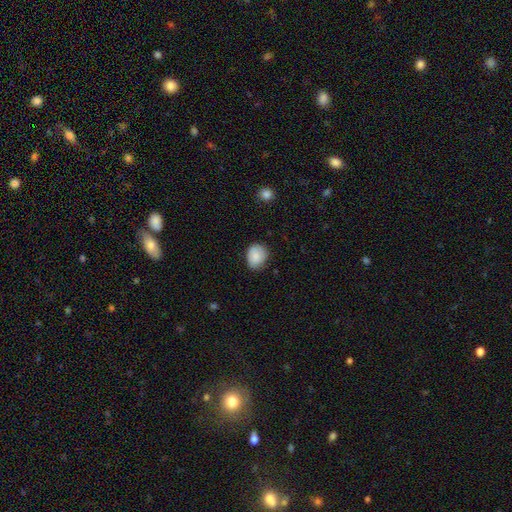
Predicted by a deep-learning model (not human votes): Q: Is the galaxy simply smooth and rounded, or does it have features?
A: smooth — 86%.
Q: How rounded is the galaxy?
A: round — 57%.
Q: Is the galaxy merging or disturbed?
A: none — 72%.